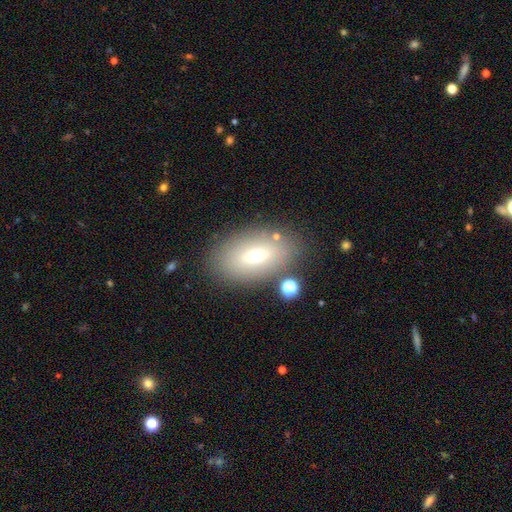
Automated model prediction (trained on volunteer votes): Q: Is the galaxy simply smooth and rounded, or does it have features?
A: smooth — 62%.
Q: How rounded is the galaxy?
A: in between — 88%.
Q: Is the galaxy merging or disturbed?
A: none — 80%.